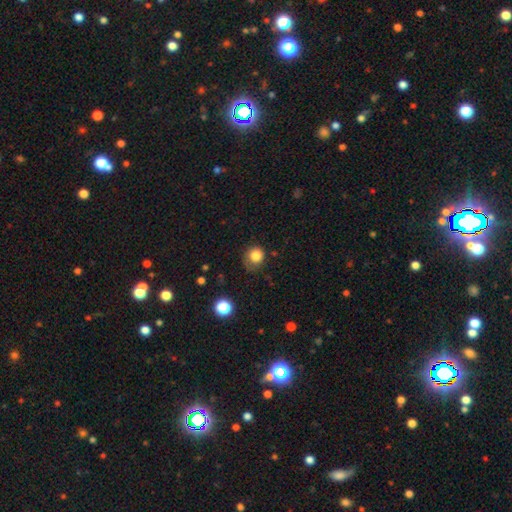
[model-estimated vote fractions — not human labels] smooth_or_featured: smooth (p=0.82) [alt: star or artifact p=0.11]
how_rounded: round (p=0.83) [alt: in between p=0.17]
merging: none (p=0.62) [alt: minor disturbance p=0.26]